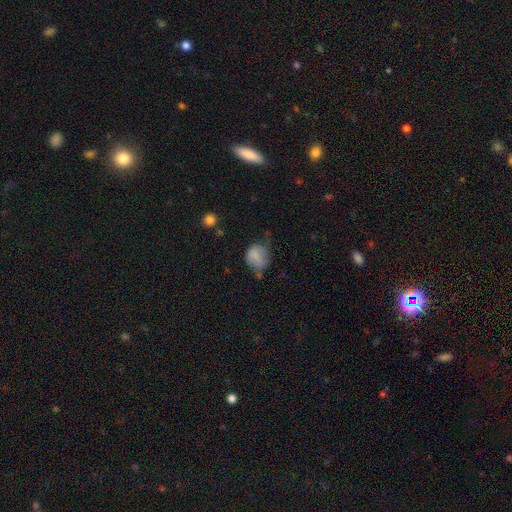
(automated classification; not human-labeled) Smooth or featured: smooth — 72% (featured or disk — 18%)
How rounded: round — 60% (in between — 39%)
Merging: none — 38% (minor disturbance — 37%)